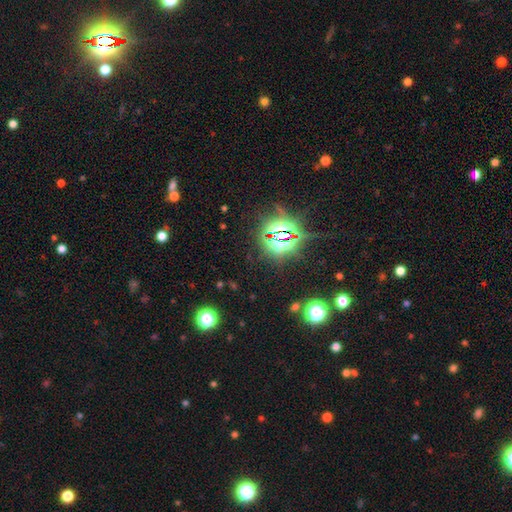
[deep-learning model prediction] Smooth or featured? star or artifact (84%)